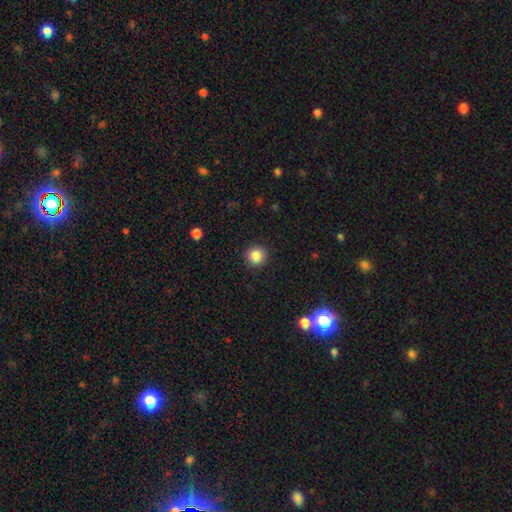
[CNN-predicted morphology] The model was most divided on "smooth or featured": smooth: 85%, star or artifact: 10%, featured or disk: 4%. More confident: how rounded — round (94%); merging — none (91%).